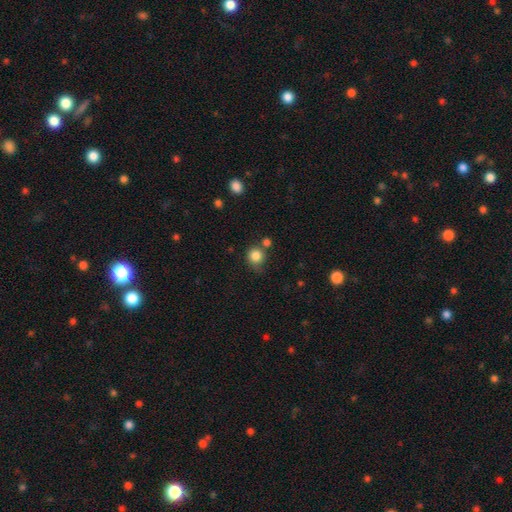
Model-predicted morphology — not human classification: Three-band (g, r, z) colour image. It shows a smooth galaxy with no disk features (84%) that is round (88%). Merging: none (67%).